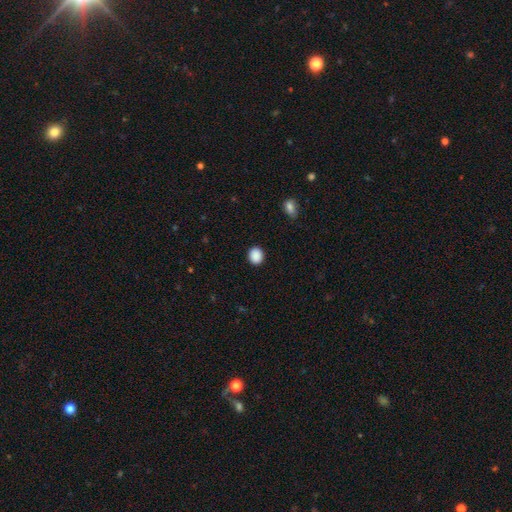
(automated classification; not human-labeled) This is clearly a smooth galaxy (89%). How rounded: likely round (72%). Merging: clearly none (91%).